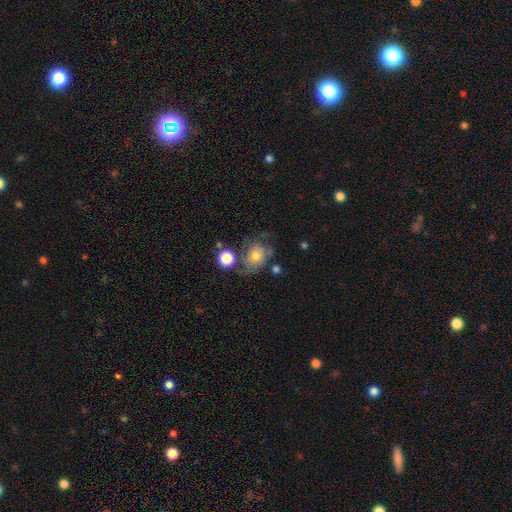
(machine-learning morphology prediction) A smooth galaxy with no disk features (55%) that is round (65%).

Vote fractions:
- Smooth or featured? smooth: 55% / featured or disk: 34% / star or artifact: 11%
- How rounded? round: 65% / in between: 34% / cigar-shaped: 1%
- Merging? none: 45% / minor disturbance: 23% / major disturbance: 19% / merger: 12%